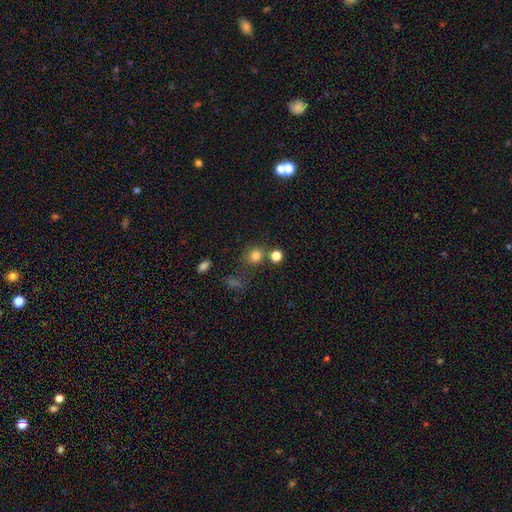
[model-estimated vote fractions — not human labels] smooth 78%, star or artifact 15%, featured or disk 7%. Down the decision tree: how rounded — round (84%); merging — none (70%).